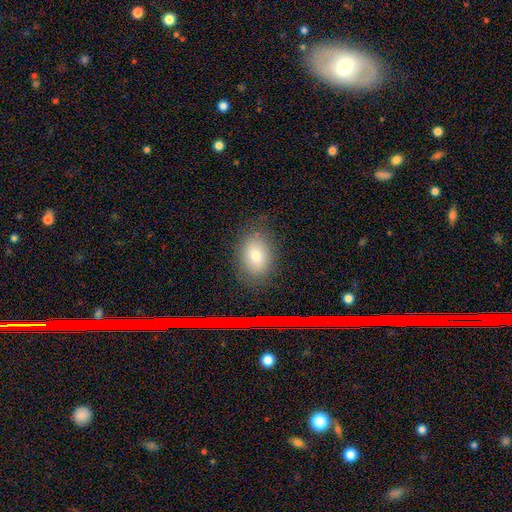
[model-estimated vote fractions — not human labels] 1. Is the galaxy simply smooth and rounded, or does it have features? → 73% smooth, 14% star or artifact, 13% featured or disk.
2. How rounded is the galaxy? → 73% in between, 25% round, 2% cigar-shaped.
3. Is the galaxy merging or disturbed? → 81% none, 12% minor disturbance, 4% major disturbance, 2% merger.